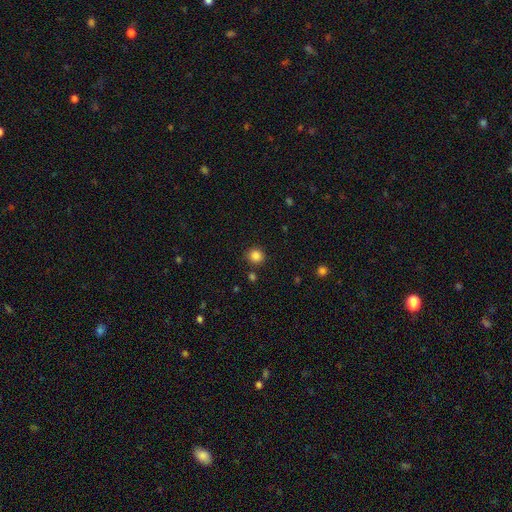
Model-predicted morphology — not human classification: The model was most divided on "smooth or featured": smooth: 85%, star or artifact: 11%, featured or disk: 4%. More confident: how rounded — round (86%); merging — none (86%).